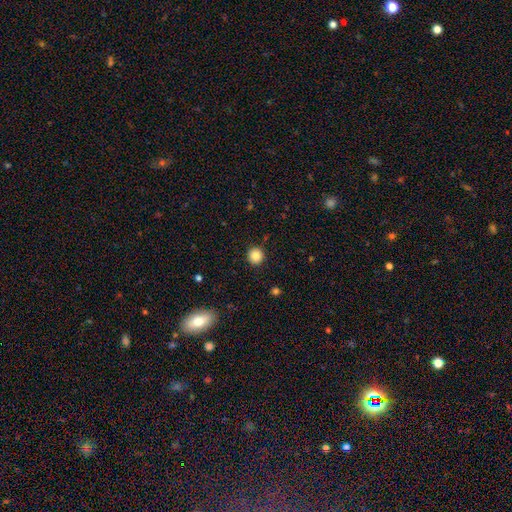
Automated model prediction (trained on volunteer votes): Smooth or featured: smooth — 85% (star or artifact — 10%)
How rounded: round — 93% (in between — 6%)
Merging: none — 92% (minor disturbance — 5%)